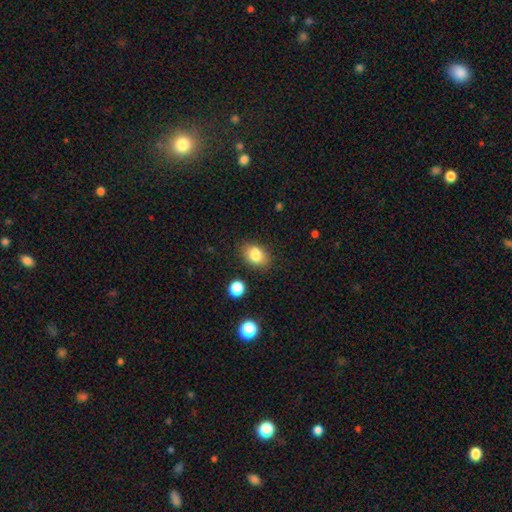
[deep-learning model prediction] The model was most divided on "how rounded": in between: 78%, round: 21%, cigar-shaped: 1%. More confident: smooth or featured — smooth (83%); merging — none (80%).